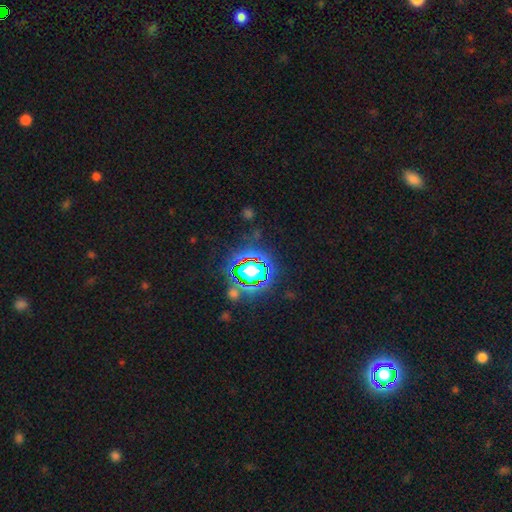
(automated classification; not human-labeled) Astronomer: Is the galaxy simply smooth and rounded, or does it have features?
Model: star or artifact — 80%.